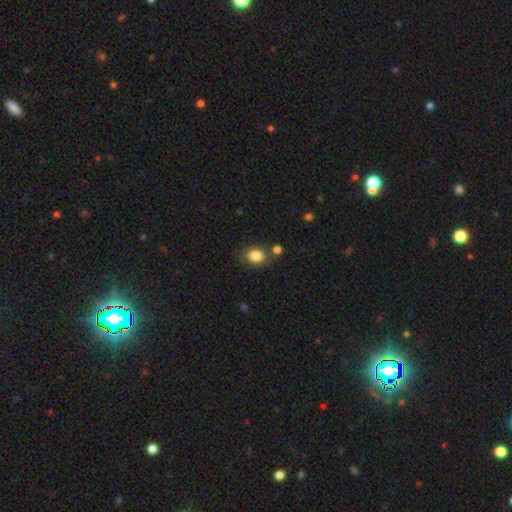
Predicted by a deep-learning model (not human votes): smooth 84%, star or artifact 10%, featured or disk 6%. Down the decision tree: how rounded — round (53%); merging — none (71%).